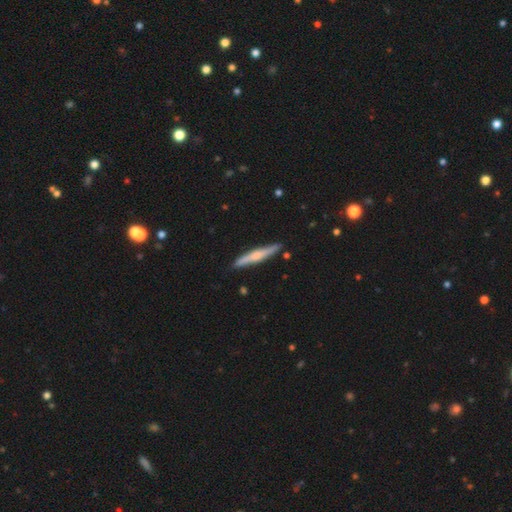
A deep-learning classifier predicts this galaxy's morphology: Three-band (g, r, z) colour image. It shows a featured or disk galaxy (53%) viewed edge-on (95%) with a rounded central bulge (63%). Merging: none (87%).